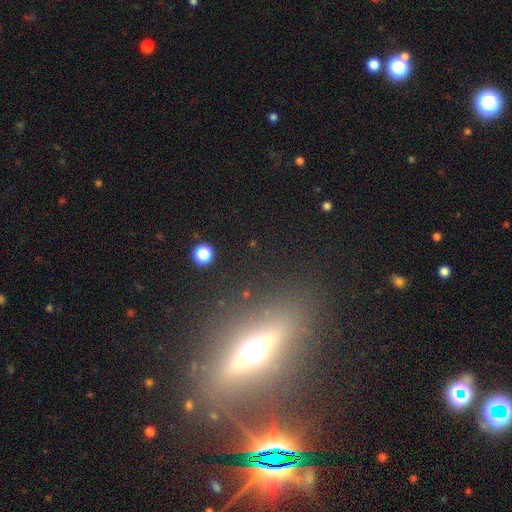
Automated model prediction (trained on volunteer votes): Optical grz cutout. It shows a featured or disk galaxy (55%) viewed edge-on (84%). Merging: none (82%).